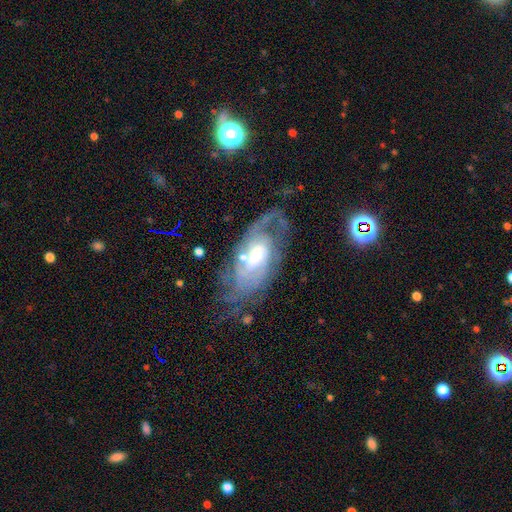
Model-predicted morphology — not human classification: featured or disk 83%, smooth 10%, star or artifact 7%. Down the decision tree: edge-on disk — no (94%); bar — no (55%); spiral arms — yes (92%); spiral arm count — can't tell (41%); spiral winding — tight (50%); bulge size — moderate (47%); merging — none (59%).